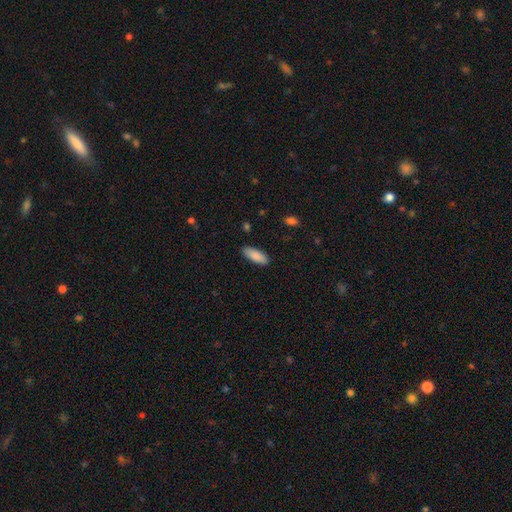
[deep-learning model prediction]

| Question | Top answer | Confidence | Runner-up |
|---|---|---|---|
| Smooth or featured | smooth | 89% | star or artifact (6%) |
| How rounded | in between | 76% | cigar-shaped (23%) |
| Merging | none | 88% | minor disturbance (9%) |